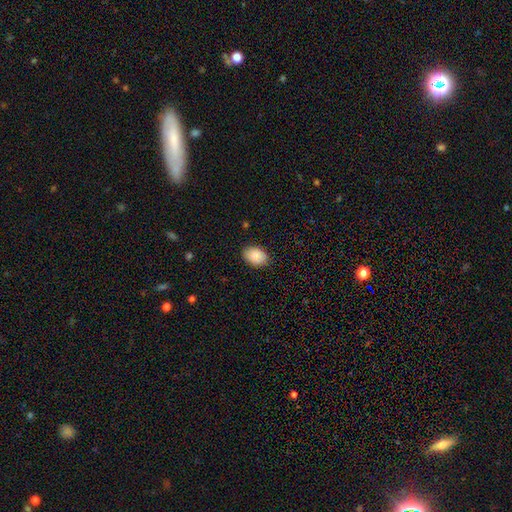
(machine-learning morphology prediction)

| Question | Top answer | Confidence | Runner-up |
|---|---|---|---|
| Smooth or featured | smooth | 87% | star or artifact (7%) |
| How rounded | in between | 81% | round (18%) |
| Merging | none | 85% | minor disturbance (12%) |